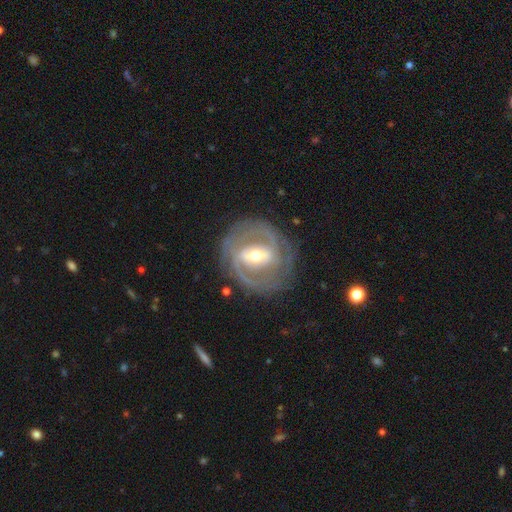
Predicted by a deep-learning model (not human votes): Morphology: type=featured or disk (85%); edge-on=no (96%); bar=strong (48%); spiral arms=yes (87%); winding=tight (57%); arm count=2 (60%); bulge=moderate (62%); merging=none (77%).